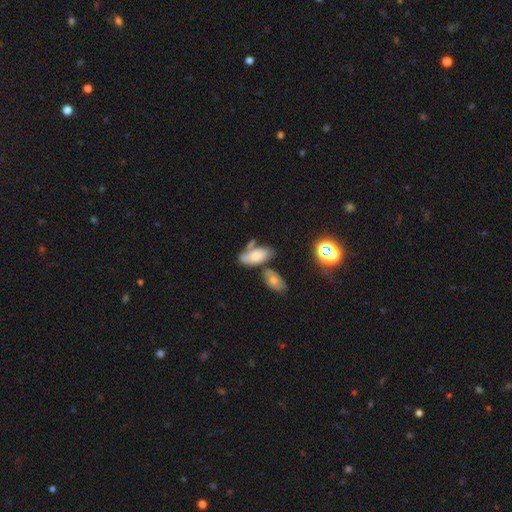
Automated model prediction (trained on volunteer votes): A smooth galaxy with no disk features (65%) that is in between round and cigar-shaped (90%).

Vote fractions:
- Smooth or featured? smooth: 65% / featured or disk: 25% / star or artifact: 10%
- How rounded? in between: 90% / cigar-shaped: 6% / round: 3%
- Merging? none: 43% / merger: 25% / minor disturbance: 22% / major disturbance: 10%